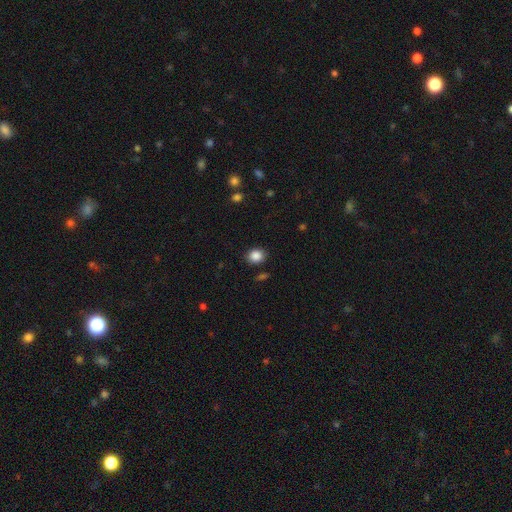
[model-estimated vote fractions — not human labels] A smooth galaxy with no disk features (87%) that is round (68%). Merging: none (85%).